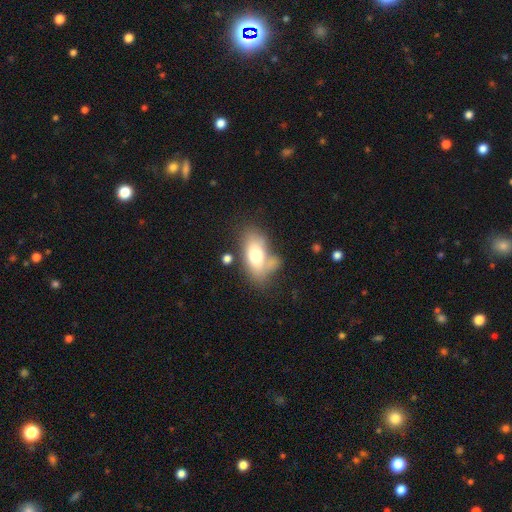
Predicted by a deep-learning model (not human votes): A smooth galaxy with no disk features (68%) that is in between round and cigar-shaped (88%).

Vote fractions:
- Smooth or featured? smooth: 68% / featured or disk: 25% / star or artifact: 8%
- How rounded? in between: 88% / round: 7% / cigar-shaped: 6%
- Merging? none: 45% / minor disturbance: 22% / merger: 20% / major disturbance: 14%